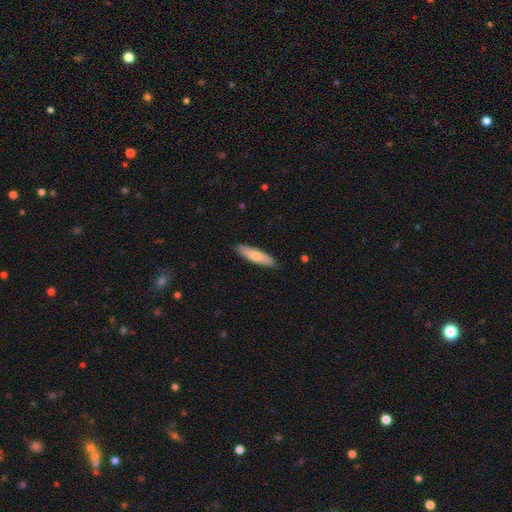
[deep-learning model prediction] Morphology: type=smooth (69%); roundness=cigar-shaped (67%); merging=none (89%).